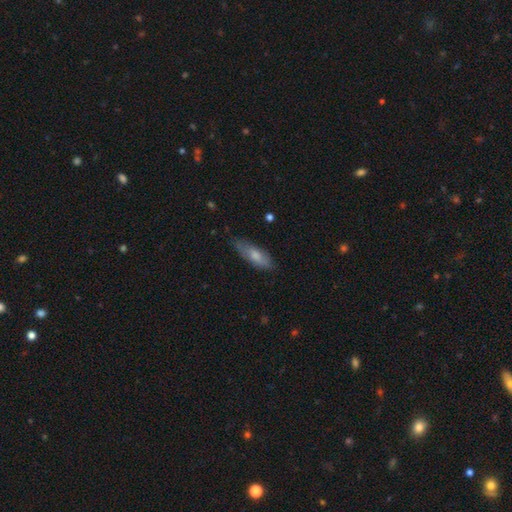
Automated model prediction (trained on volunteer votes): smooth 70%, featured or disk 24%, star or artifact 6%. Down the decision tree: how rounded — in between (58%); merging — none (66%).